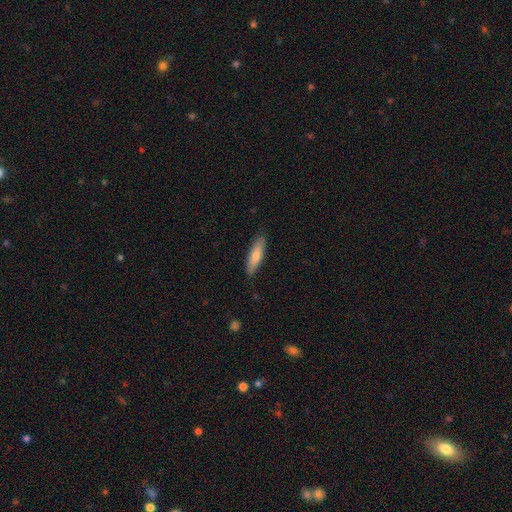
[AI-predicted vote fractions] Smooth or featured? smooth (78%)
How rounded? cigar-shaped (64%)
Merging? none (85%)